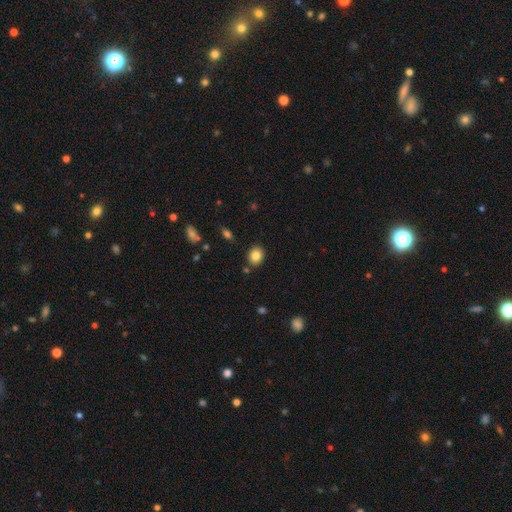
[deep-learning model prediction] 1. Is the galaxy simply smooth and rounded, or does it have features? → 83% smooth, 10% star or artifact, 7% featured or disk.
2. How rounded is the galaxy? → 60% round, 40% in between, 1% cigar-shaped.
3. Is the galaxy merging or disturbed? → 86% none, 9% minor disturbance, 3% merger, 2% major disturbance.